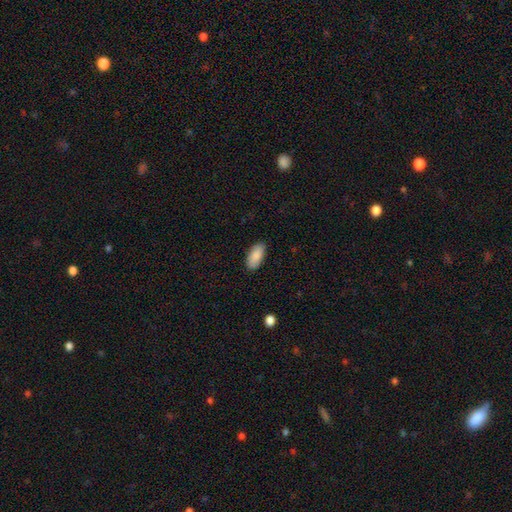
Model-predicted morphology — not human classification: The model was most divided on "merging": none: 87%, minor disturbance: 10%, major disturbance: 2%, merger: 1%. More confident: how rounded — in between (90%); smooth or featured — smooth (88%).